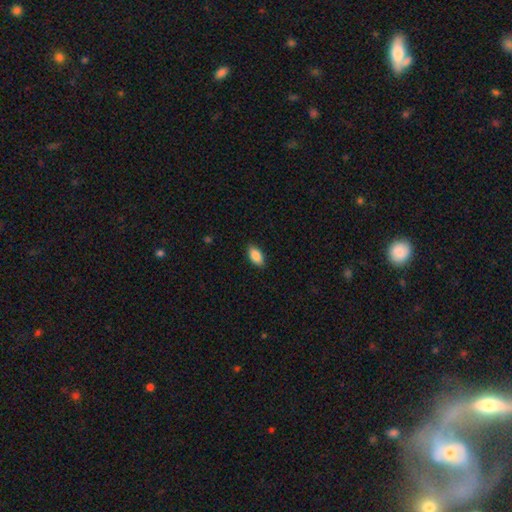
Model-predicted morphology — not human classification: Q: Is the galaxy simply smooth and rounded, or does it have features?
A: smooth — 88%.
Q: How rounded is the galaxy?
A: in between — 92%.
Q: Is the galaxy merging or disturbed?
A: none — 88%.